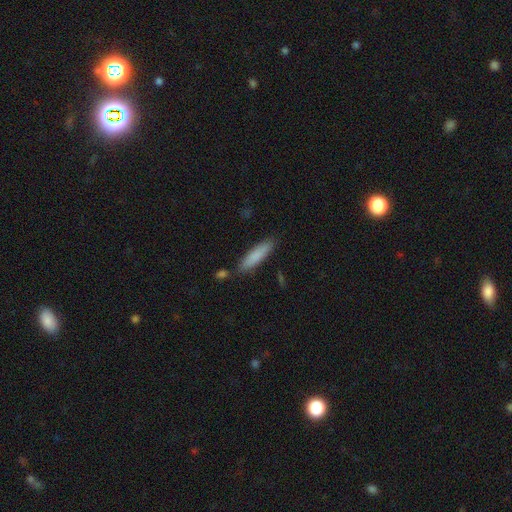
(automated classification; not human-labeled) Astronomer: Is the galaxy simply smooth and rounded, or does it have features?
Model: smooth — 83%.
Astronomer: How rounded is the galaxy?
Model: cigar-shaped — 78%.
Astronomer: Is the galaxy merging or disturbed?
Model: none — 82%.